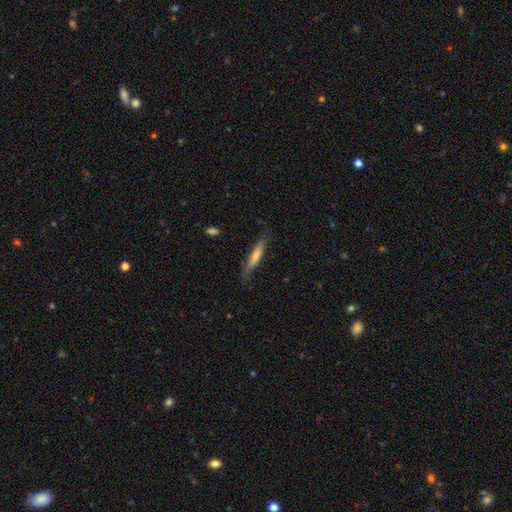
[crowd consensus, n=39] Smooth or featured: smooth — 54% (featured or disk — 38%)
How rounded: cigar-shaped — 95% (in between — 5%)
Merging: none — 69% (minor disturbance — 19%)